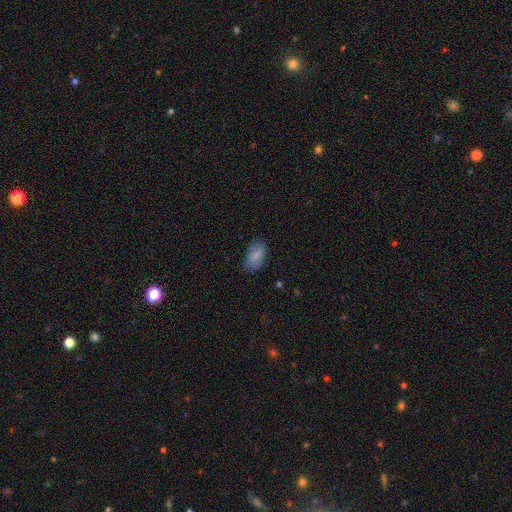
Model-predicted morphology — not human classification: The model was most divided on "merging": none: 73%, minor disturbance: 21%, major disturbance: 5%, merger: 1%. More confident: how rounded — in between (93%); smooth or featured — smooth (83%).